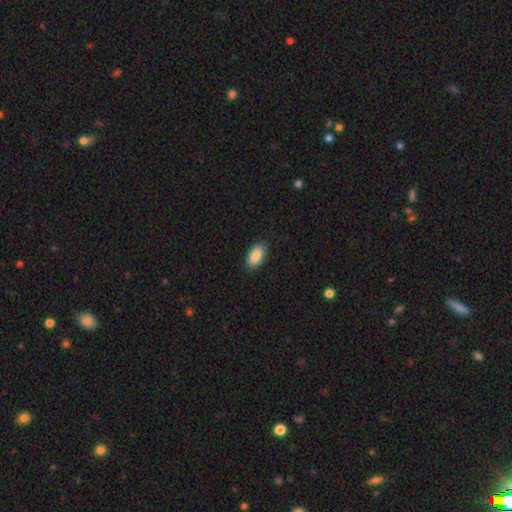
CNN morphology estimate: Smooth or featured?
  - smooth: 87% *
  - star or artifact: 7%
  - featured or disk: 6%
How rounded?
  - in between: 93% *
  - cigar-shaped: 4%
  - round: 3%
Merging?
  - none: 87% *
  - minor disturbance: 10%
  - major disturbance: 2%
  - merger: 1%